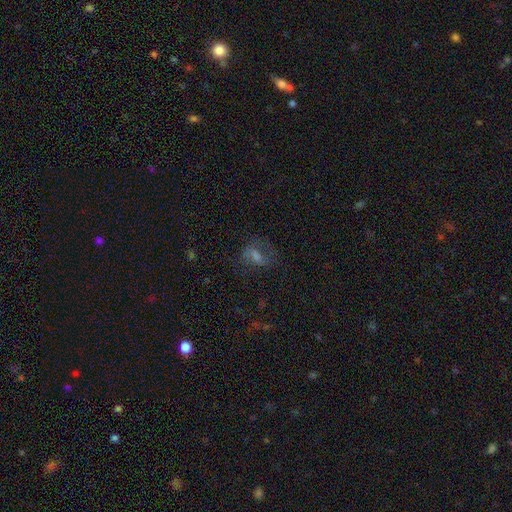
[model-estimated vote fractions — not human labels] Smooth or featured: smooth — 43% (featured or disk — 33%)
Merging: none — 55% (major disturbance — 23%)